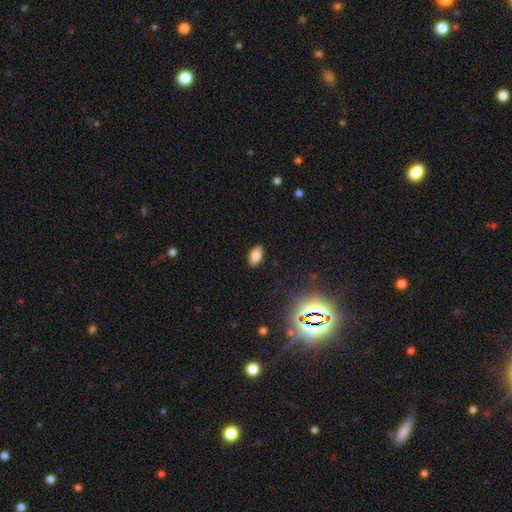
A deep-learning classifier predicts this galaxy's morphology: This appears to be a smooth galaxy with no disk features (81%) that is in between round and cigar-shaped (92%). Merging: none (88%).